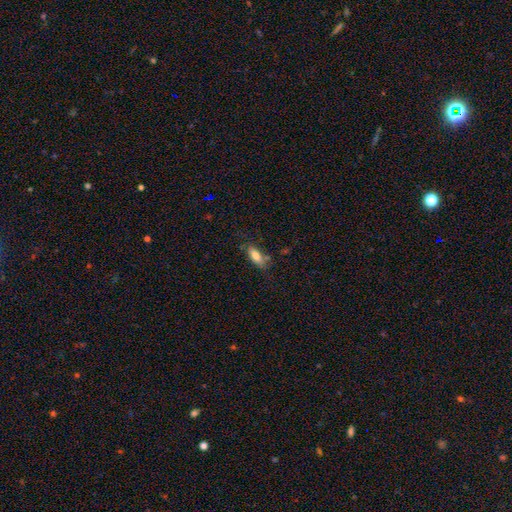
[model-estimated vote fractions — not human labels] smooth-or-featured: smooth: 76% | featured or disk: 16% | star or artifact: 8%
  how-rounded: in between: 74% | cigar-shaped: 23% | round: 3%
  merging: none: 64% | minor disturbance: 23% | major disturbance: 7% | merger: 6%